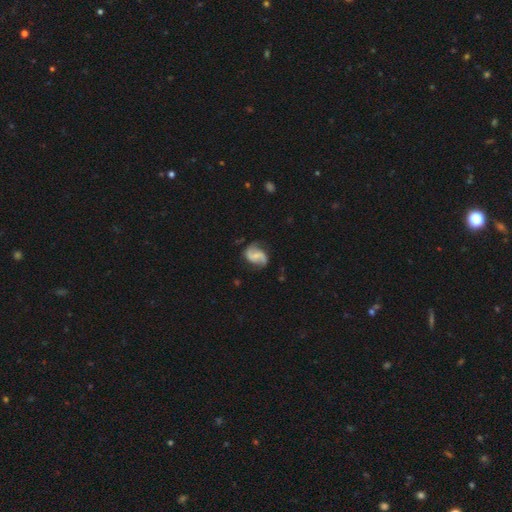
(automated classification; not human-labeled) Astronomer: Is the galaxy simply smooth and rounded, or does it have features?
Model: featured or disk — 80%.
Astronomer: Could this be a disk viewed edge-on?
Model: no — 98%.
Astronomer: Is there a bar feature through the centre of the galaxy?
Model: weak — 45% (runner-up: no, 38%).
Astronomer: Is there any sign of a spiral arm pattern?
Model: yes — 95%.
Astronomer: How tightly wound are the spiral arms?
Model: loose — 46% (runner-up: medium, 41%).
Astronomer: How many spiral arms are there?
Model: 2 — 91%.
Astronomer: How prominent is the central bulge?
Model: small — 50%.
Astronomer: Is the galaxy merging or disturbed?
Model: none — 72%.